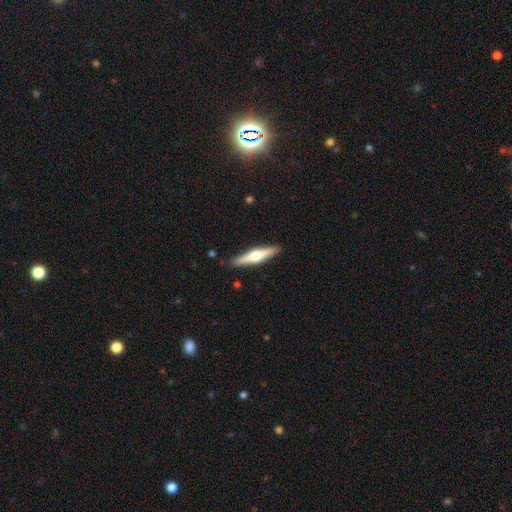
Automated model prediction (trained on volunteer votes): The model was most divided on "smooth or featured": featured or disk: 60%, smooth: 35%, star or artifact: 5%. More confident: edge-on disk — yes (97%); edge-on bulge — rounded (93%); merging — none (90%).